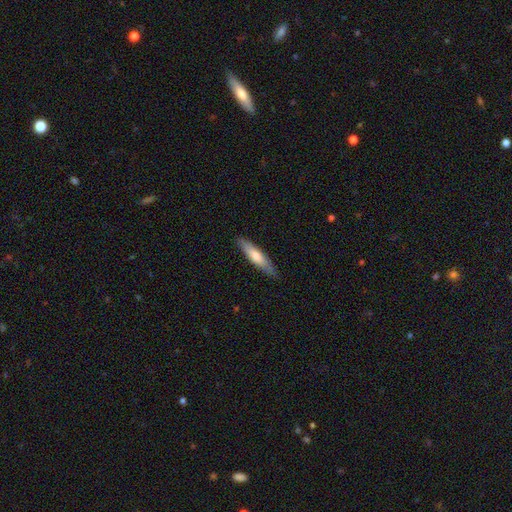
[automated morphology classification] Smooth or featured?
  - smooth: 64% *
  - featured or disk: 31%
  - star or artifact: 5%
How rounded?
  - cigar-shaped: 80% *
  - in between: 19%
  - round: 1%
Merging?
  - none: 85% *
  - minor disturbance: 12%
  - major disturbance: 2%
  - merger: 1%